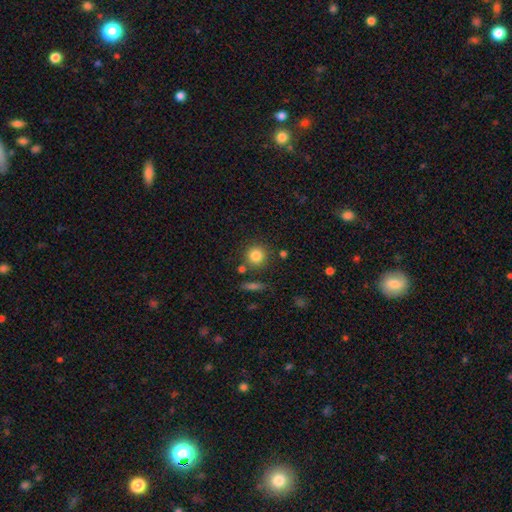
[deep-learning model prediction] This appears to be a smooth galaxy with no disk features (83%) that is round (92%). Merging: none (81%).